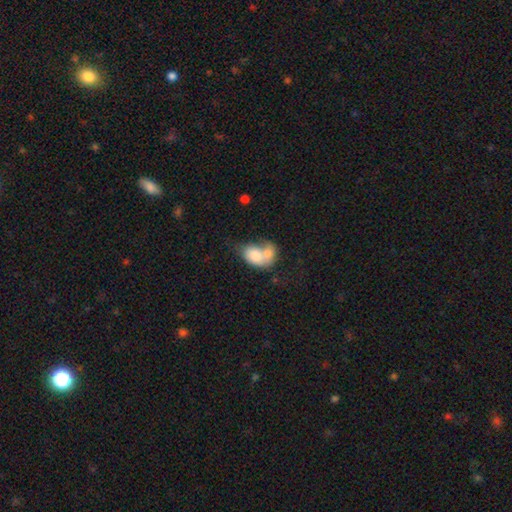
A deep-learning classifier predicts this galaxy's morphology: A smooth galaxy with no disk features (76%) that is in between round and cigar-shaped (81%).

Vote fractions:
- Smooth or featured? smooth: 76% / featured or disk: 17% / star or artifact: 7%
- How rounded? in between: 81% / round: 18% / cigar-shaped: 1%
- Merging? merger: 70% / none: 14% / minor disturbance: 8% / major disturbance: 7%